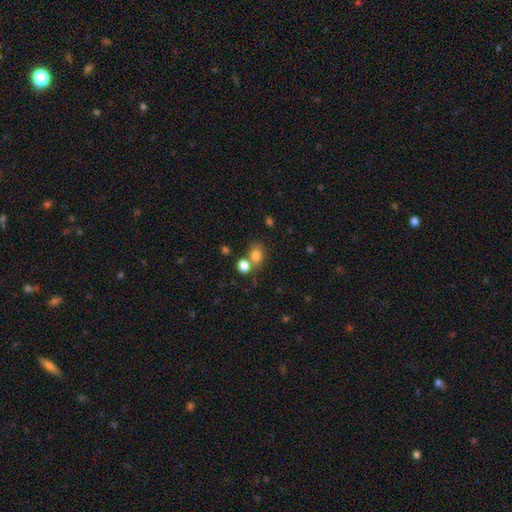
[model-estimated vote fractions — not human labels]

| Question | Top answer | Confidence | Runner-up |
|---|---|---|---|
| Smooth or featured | smooth | 80% | star or artifact (12%) |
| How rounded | in between | 60% | round (39%) |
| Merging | none | 50% | merger (35%) |